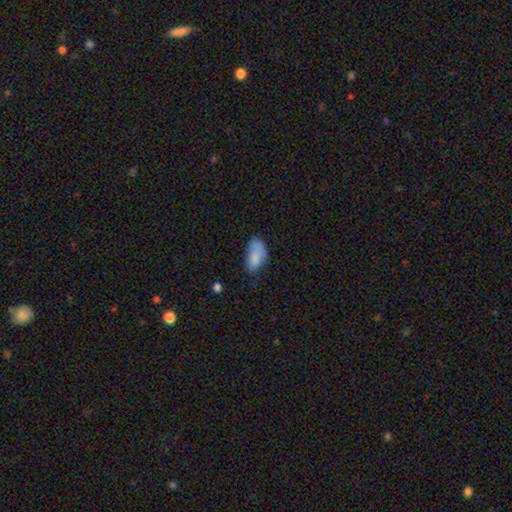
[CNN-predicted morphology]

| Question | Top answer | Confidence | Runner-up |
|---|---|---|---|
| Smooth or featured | smooth | 80% | featured or disk (12%) |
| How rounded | in between | 93% | round (4%) |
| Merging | none | 39% | minor disturbance (35%) |